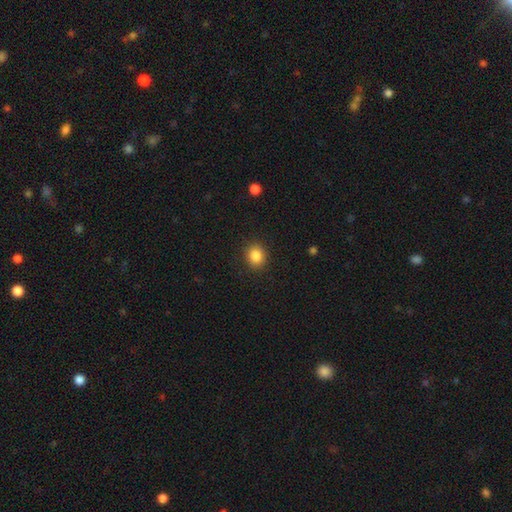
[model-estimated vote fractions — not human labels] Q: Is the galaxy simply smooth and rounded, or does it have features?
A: smooth — 86%.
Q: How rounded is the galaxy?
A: round — 70%.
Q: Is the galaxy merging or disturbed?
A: none — 89%.